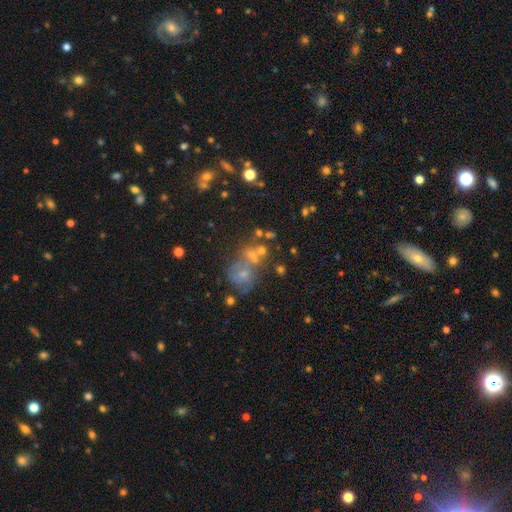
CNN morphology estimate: star or artifact 37%, smooth 36%, featured or disk 27%.